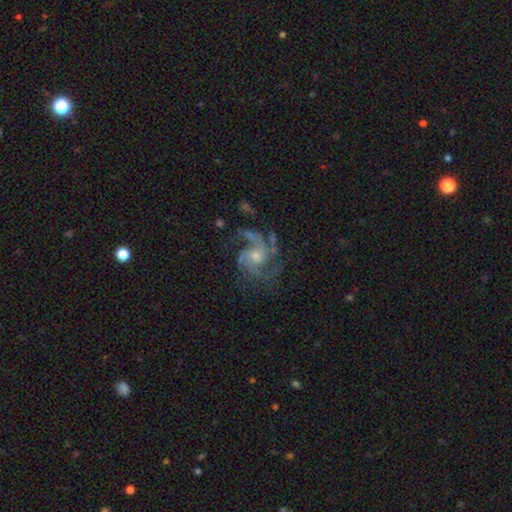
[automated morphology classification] Smooth or featured: featured or disk — 89% (star or artifact — 6%)
Edge-on disk: no — 98% (yes — 2%)
Bar: no — 65% (weak — 29%)
Spiral arms: yes — 97% (no — 3%)
Spiral winding: medium — 55% (tight — 26%)
Spiral arm count: 3 — 41% (2 — 27%)
Bulge size: small — 48% (moderate — 44%)
Merging: none — 60% (major disturbance — 19%)